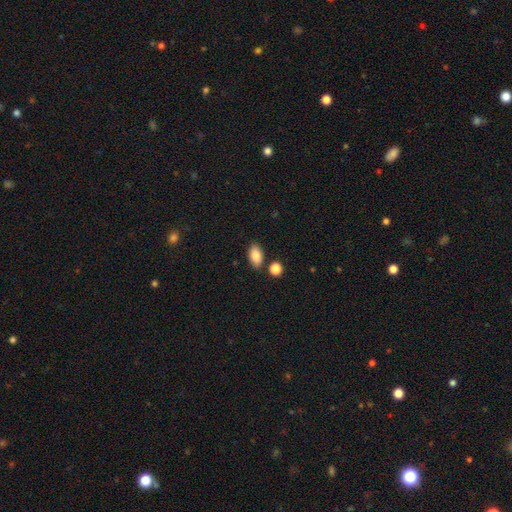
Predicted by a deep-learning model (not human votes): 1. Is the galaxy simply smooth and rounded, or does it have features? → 84% smooth, 8% star or artifact, 8% featured or disk.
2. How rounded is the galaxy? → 91% in between, 6% round, 3% cigar-shaped.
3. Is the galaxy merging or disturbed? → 81% none, 10% minor disturbance, 6% merger, 2% major disturbance.